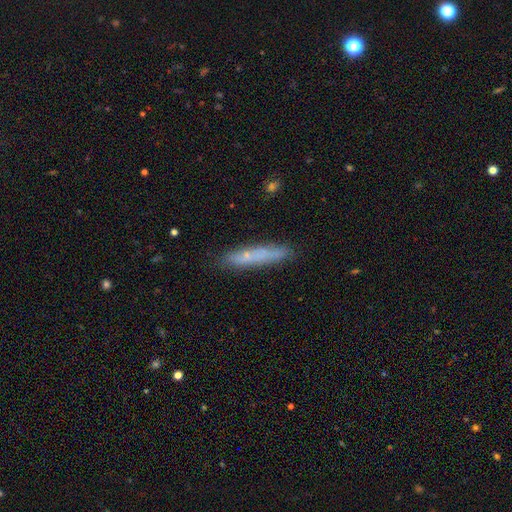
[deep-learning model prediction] smooth-or-featured: smooth: 63% | featured or disk: 30% | star or artifact: 8%
  how-rounded: cigar-shaped: 92% | in between: 6% | round: 1%
  merging: none: 84% | minor disturbance: 12% | major disturbance: 2% | merger: 2%